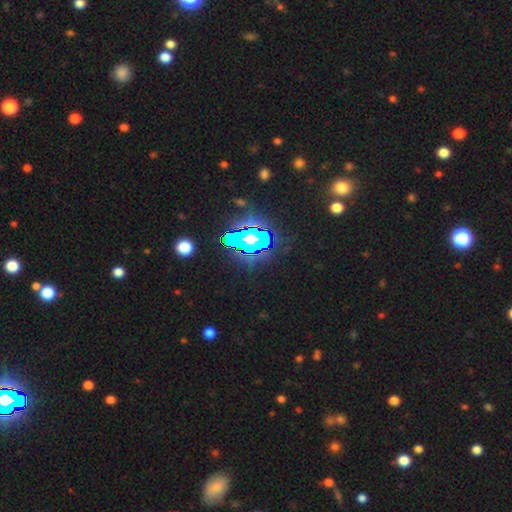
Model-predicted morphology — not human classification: star or artifact 84%, smooth 9%, featured or disk 7%.